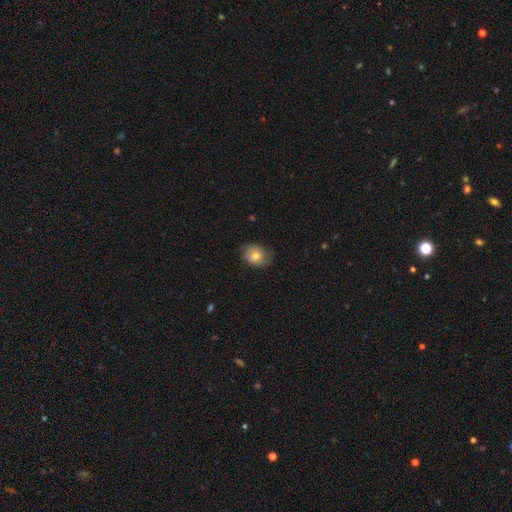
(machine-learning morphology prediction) Q: Smooth or featured?
A: smooth (61%); runner-up: featured or disk (30%)
Q: How rounded?
A: round (55%); runner-up: in between (44%)
Q: Merging?
A: none (72%); runner-up: minor disturbance (21%)